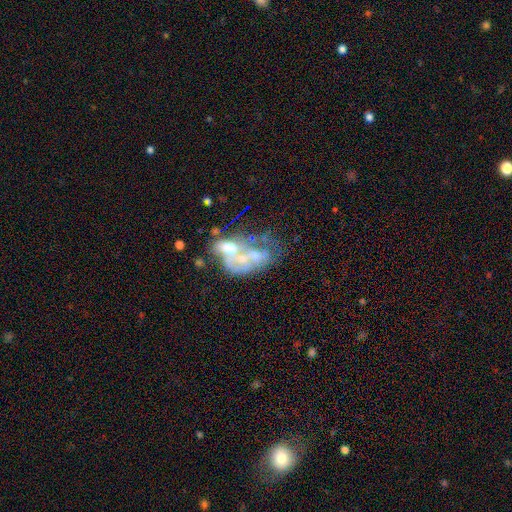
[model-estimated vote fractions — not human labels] Q: Smooth or featured?
A: featured or disk (60%); runner-up: smooth (28%)
Q: Edge-on disk?
A: no (97%); runner-up: yes (3%)
Q: Bar?
A: no (87%); runner-up: weak (9%)
Q: Spiral arms?
A: no (87%); runner-up: yes (13%)
Q: Bulge size?
A: moderate (39%); runner-up: none (31%)
Q: Merging?
A: merger (53%); runner-up: major disturbance (23%)